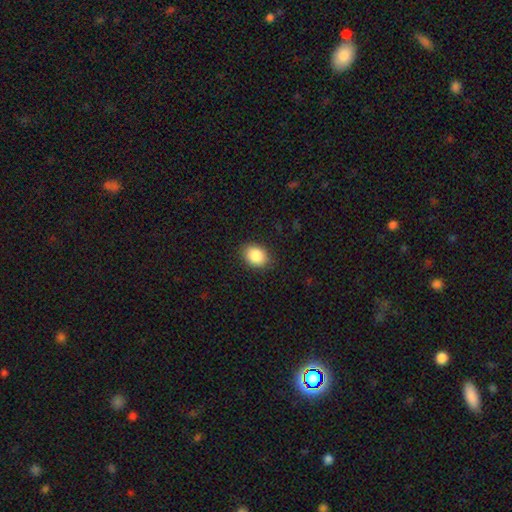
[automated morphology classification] A smooth galaxy with no disk features (88%) that is in between round and cigar-shaped (68%).

Vote fractions:
- Smooth or featured? smooth: 88% / star or artifact: 8% / featured or disk: 5%
- How rounded? in between: 68% / round: 31% / cigar-shaped: 1%
- Merging? none: 87% / minor disturbance: 9% / major disturbance: 2% / merger: 1%